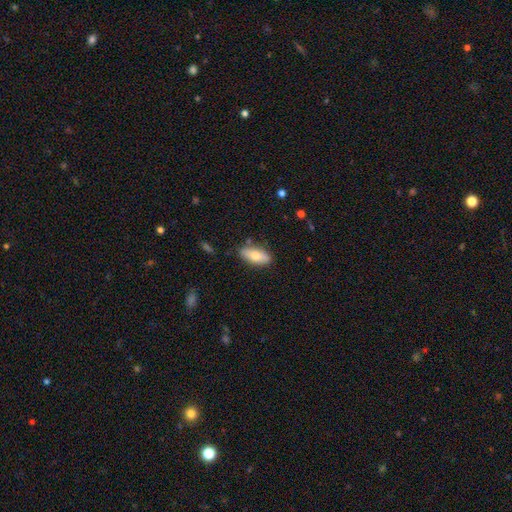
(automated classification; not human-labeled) smooth-or-featured: smooth: 75% | featured or disk: 18% | star or artifact: 6%
  how-rounded: in between: 82% | cigar-shaped: 16% | round: 3%
  merging: none: 82% | minor disturbance: 13% | merger: 3% | major disturbance: 2%